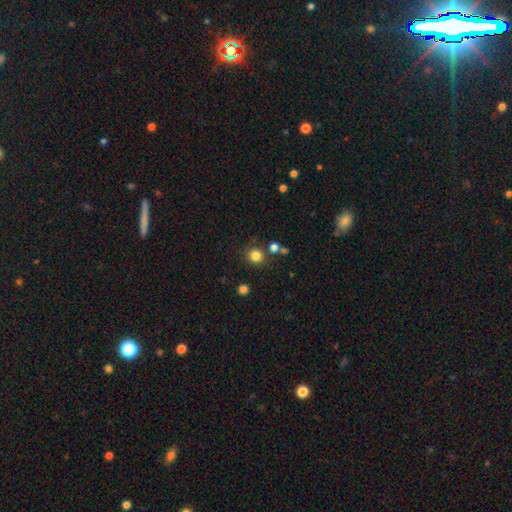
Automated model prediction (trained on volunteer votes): smooth_or_featured: smooth (p=0.82) [alt: star or artifact p=0.13]
how_rounded: round (p=0.90) [alt: in between p=0.09]
merging: none (p=0.81) [alt: minor disturbance p=0.08]